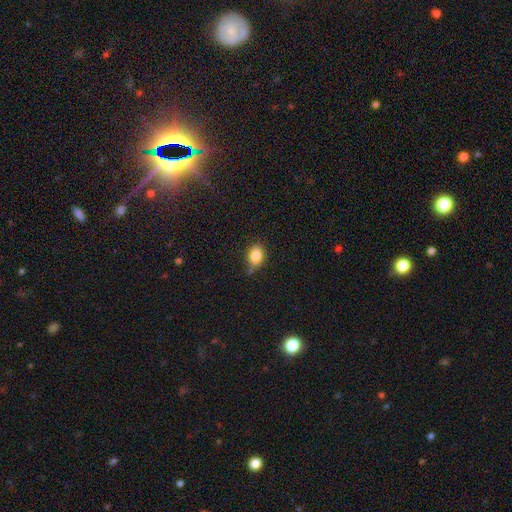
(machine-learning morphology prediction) smooth_or_featured: smooth (p=0.85) [alt: star or artifact p=0.09]
how_rounded: in between (p=0.73) [alt: round p=0.25]
merging: none (p=0.63) [alt: minor disturbance p=0.28]